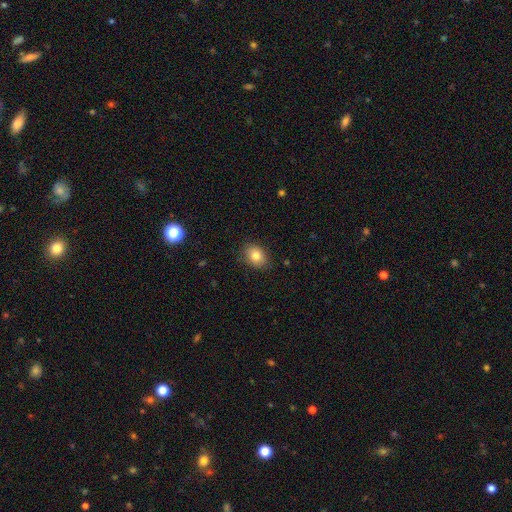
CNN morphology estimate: smooth 82%, star or artifact 10%, featured or disk 9%. Down the decision tree: how rounded — in between (57%); merging — none (84%).